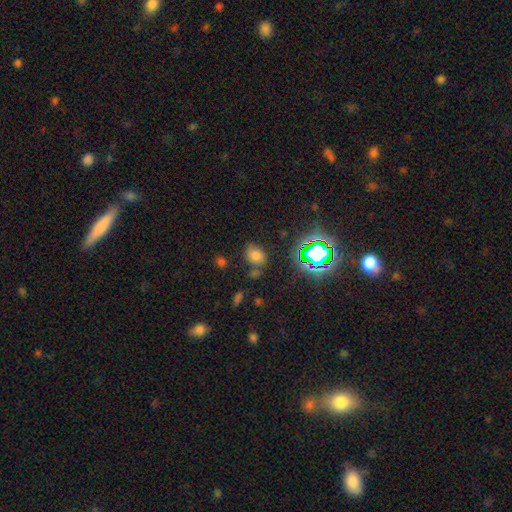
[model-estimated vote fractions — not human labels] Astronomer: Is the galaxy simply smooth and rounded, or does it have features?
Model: smooth — 63%.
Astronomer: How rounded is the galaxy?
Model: in between — 60% (runner-up: round, 39%).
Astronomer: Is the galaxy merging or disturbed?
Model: none — 68%.